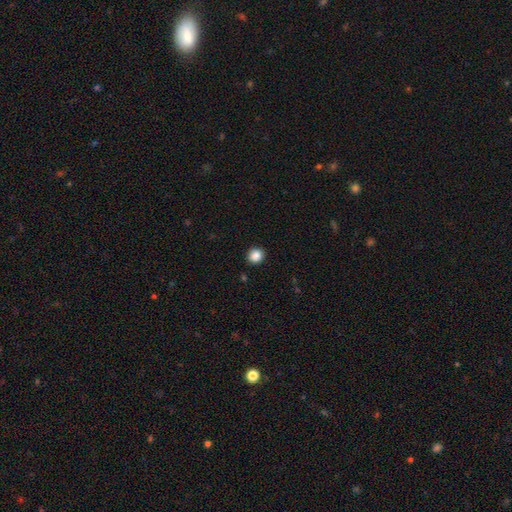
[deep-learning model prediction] This appears to be a smooth galaxy with no disk features (87%) that is round (90%). Merging: none (92%).